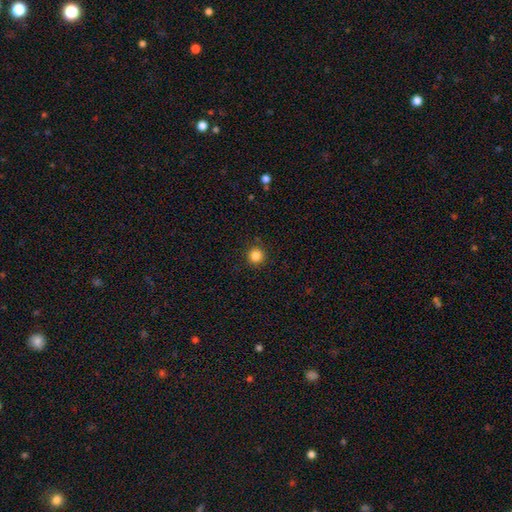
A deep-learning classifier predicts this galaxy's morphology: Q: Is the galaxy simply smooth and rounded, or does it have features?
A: smooth — 85%.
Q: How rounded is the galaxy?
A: round — 95%.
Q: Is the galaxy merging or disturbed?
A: none — 91%.